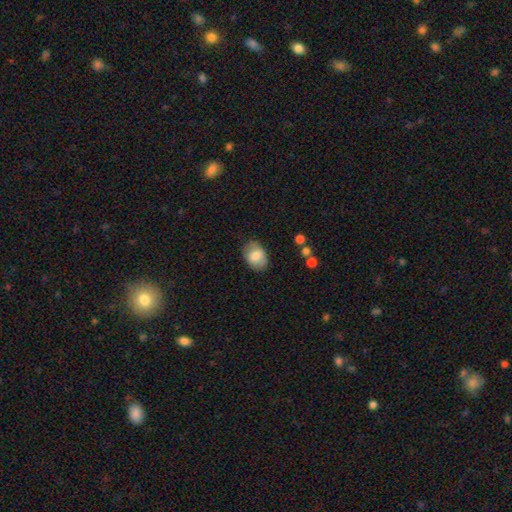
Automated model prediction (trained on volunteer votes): This is likely a smooth galaxy (77%). How rounded: clearly in between (80%). Merging: likely none (80%).